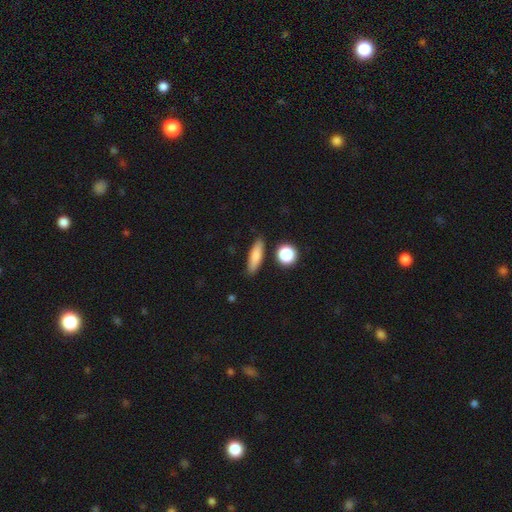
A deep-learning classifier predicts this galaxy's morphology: This appears to be a smooth galaxy with no disk features (81%) that is cigar-shaped (63%). Merging: none (85%).